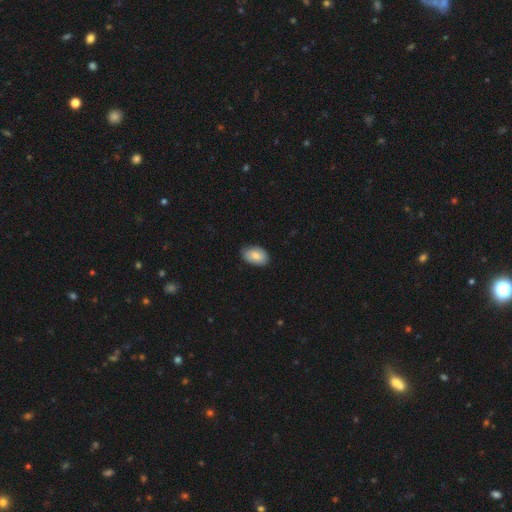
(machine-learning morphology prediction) Overall: smooth (80%). How rounded: in between (92%). Merging: none (84%).